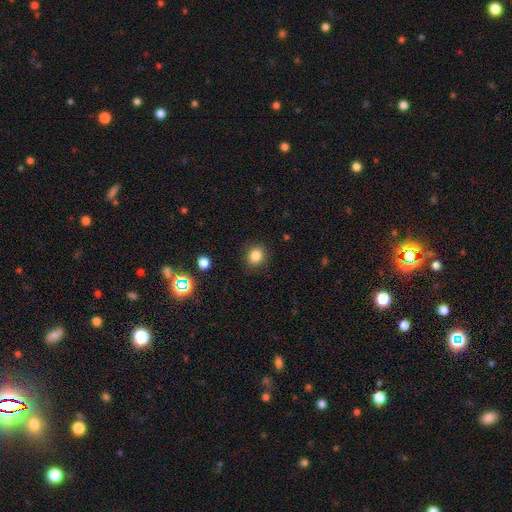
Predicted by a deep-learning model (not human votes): Overall: smooth (83%). How rounded: round (68%; in between 31%). Merging: none (86%).